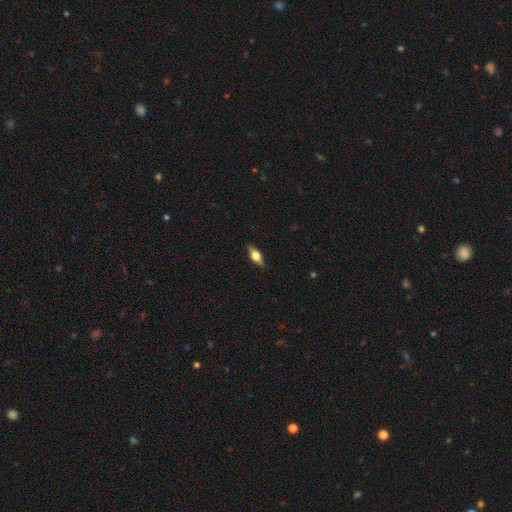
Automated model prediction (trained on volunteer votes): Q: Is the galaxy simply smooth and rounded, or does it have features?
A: smooth — 52%.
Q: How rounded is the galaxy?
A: in between — 72%.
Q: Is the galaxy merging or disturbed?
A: none — 85%.